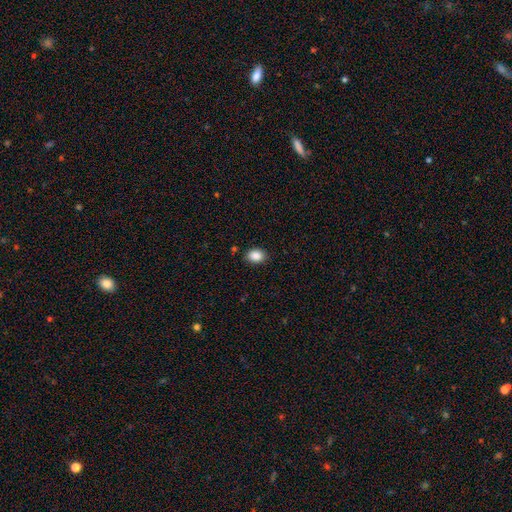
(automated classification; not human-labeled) Q: Smooth or featured?
A: smooth (88%); runner-up: star or artifact (9%)
Q: How rounded?
A: in between (64%); runner-up: round (35%)
Q: Merging?
A: none (87%); runner-up: minor disturbance (9%)